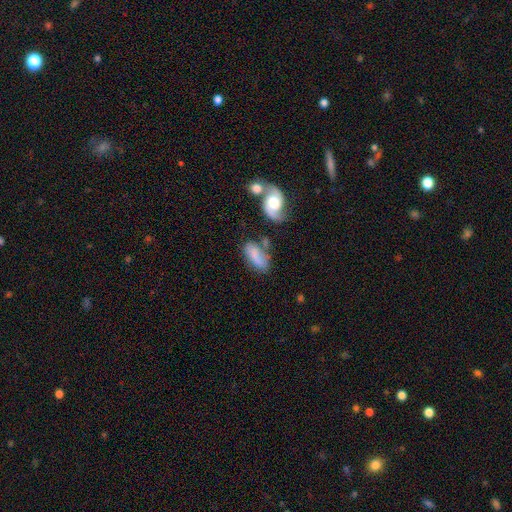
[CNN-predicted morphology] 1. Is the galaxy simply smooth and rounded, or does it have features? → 64% smooth, 27% featured or disk, 9% star or artifact.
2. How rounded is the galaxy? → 86% in between, 9% cigar-shaped, 4% round.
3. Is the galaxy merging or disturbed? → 46% none, 24% minor disturbance, 17% merger, 13% major disturbance.